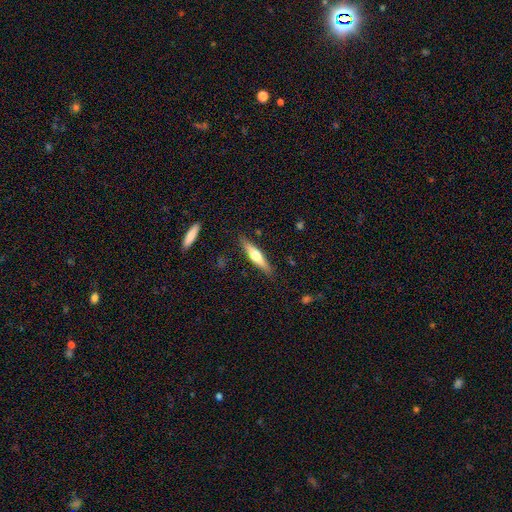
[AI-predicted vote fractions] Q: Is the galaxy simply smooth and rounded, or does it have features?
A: featured or disk — 49%.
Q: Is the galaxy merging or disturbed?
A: none — 87%.